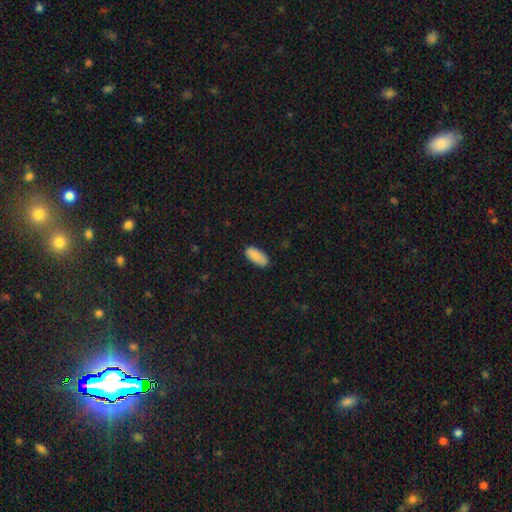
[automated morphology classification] A smooth galaxy with no disk features (86%) that is in between round and cigar-shaped (88%). Merging: none (86%).